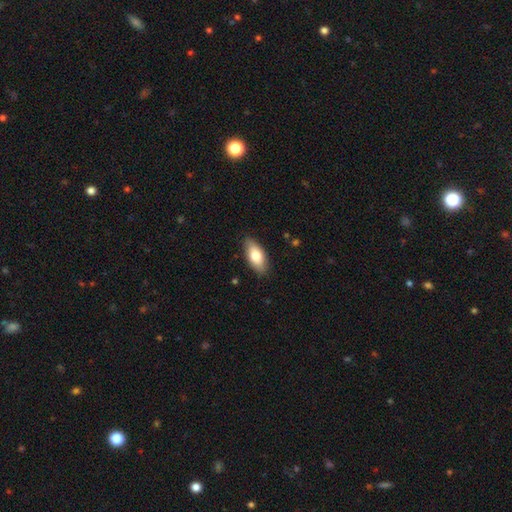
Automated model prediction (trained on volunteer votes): Smooth or featured? Predicted: smooth (p=0.78). How rounded? Predicted: in between (p=0.88). Merging? Predicted: none (p=0.85).